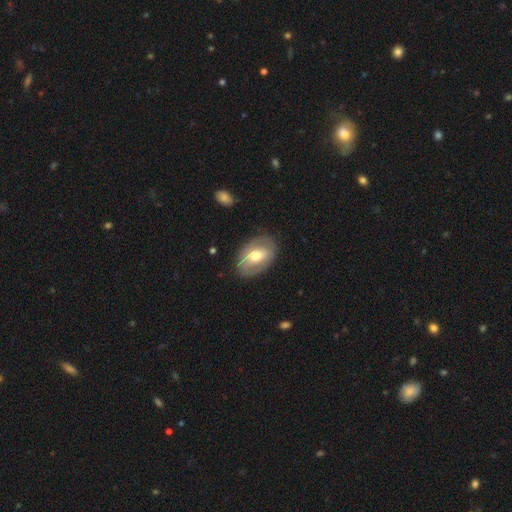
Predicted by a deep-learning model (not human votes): featured or disk 48%, smooth 45%, star or artifact 7%. Down the decision tree: merging — none (79%).